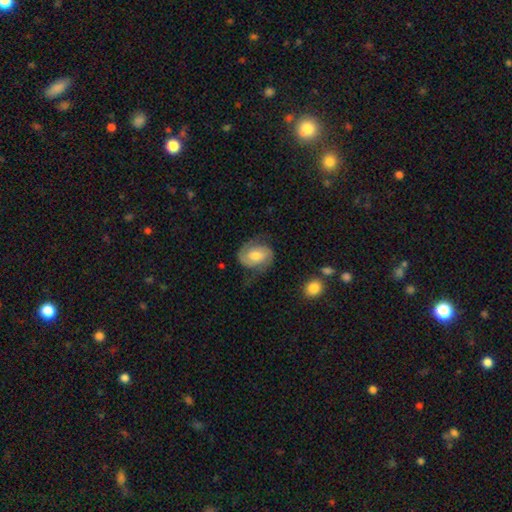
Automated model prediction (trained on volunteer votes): This appears to be a featured or disk galaxy (75%) with no bar (46%), 2 (89%) medium (44%) spiral arms (94%) and a moderate central bulge (66%). Merging: none (71%).